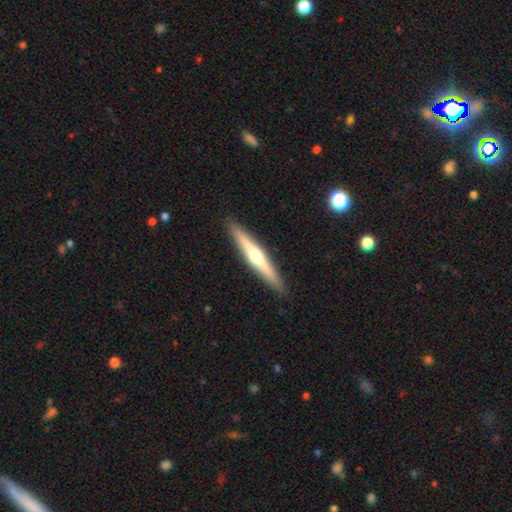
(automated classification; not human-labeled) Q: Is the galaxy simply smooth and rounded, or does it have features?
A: featured or disk — 64%.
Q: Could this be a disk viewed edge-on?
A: yes — 97%.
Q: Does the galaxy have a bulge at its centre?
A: rounded — 87%.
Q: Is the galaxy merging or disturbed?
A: none — 91%.